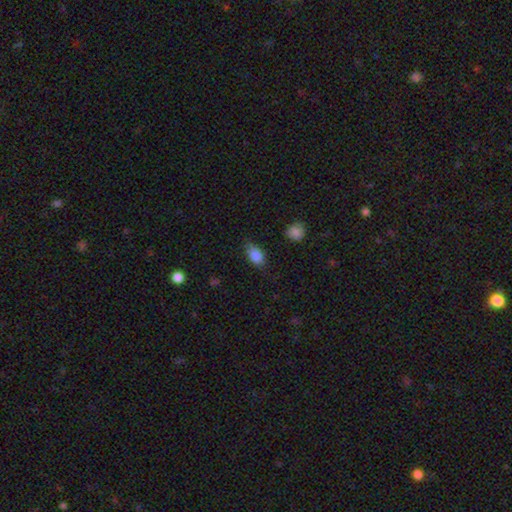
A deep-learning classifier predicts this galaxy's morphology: The model was most divided on "merging": none: 69%, minor disturbance: 25%, major disturbance: 5%, merger: 2%. More confident: how rounded — in between (87%); smooth or featured — smooth (86%).